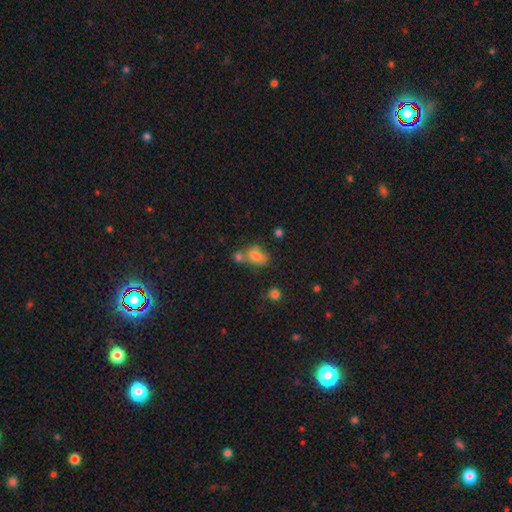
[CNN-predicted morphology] Smooth or featured? smooth (77%)
How rounded? in between (80%)
Merging? none (40%)